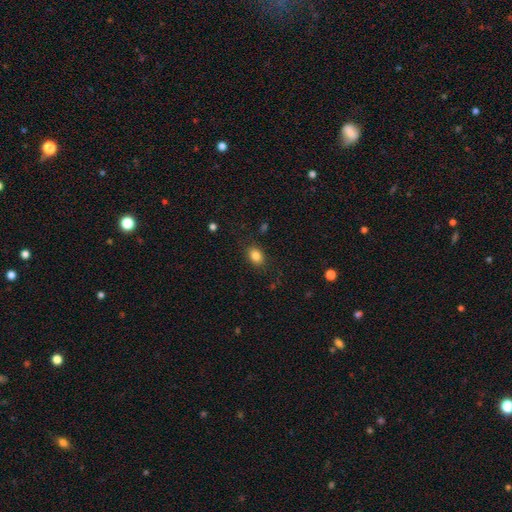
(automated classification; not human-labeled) This appears to be a smooth galaxy with no disk features (84%) that is in between round and cigar-shaped (74%). Merging: none (85%).